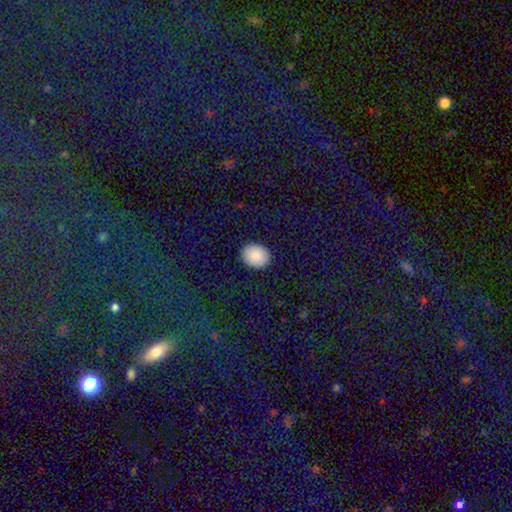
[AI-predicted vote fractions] Overall: smooth (89%). How rounded: in between (55%; round 44%). Merging: none (91%).